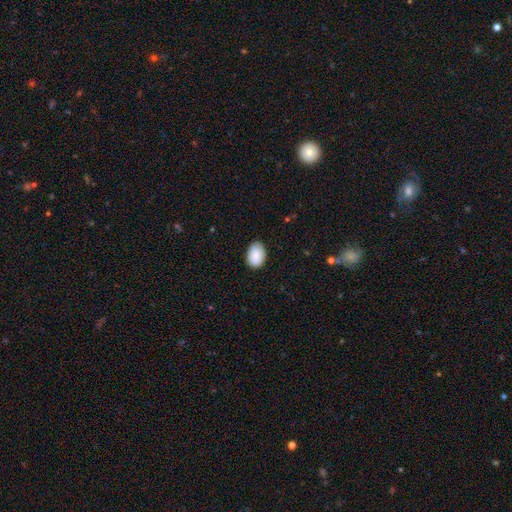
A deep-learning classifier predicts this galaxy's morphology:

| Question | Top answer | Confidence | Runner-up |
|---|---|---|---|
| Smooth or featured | smooth | 90% | star or artifact (6%) |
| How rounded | in between | 86% | round (13%) |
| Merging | none | 80% | minor disturbance (16%) |